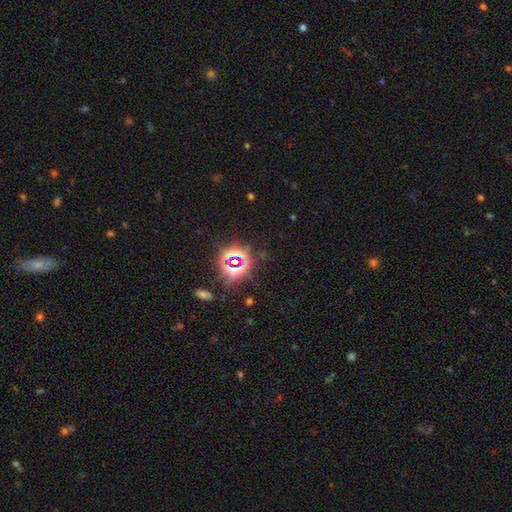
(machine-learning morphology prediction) A star or artifact, not a galaxy (79%).